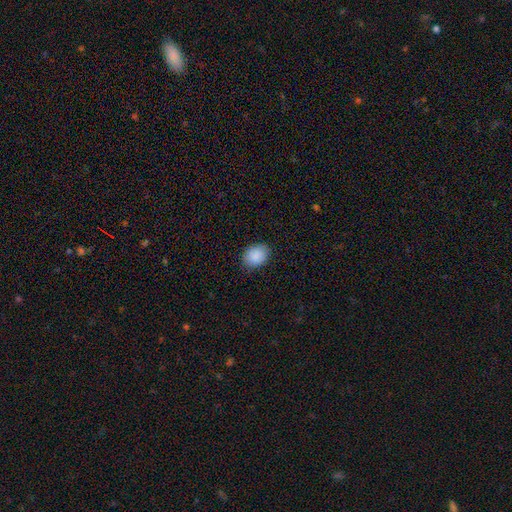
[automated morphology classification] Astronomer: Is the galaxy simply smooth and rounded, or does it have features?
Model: smooth — 90%.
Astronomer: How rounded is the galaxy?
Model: in between — 63%.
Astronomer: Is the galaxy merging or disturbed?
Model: none — 87%.